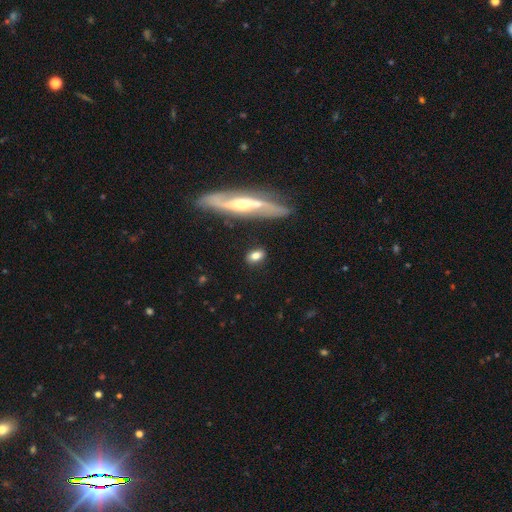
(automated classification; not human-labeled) Smooth or featured?
  - smooth: 74% *
  - featured or disk: 19%
  - star or artifact: 7%
How rounded?
  - in between: 74% *
  - round: 18%
  - cigar-shaped: 9%
Merging?
  - none: 79% *
  - minor disturbance: 12%
  - major disturbance: 4%
  - merger: 4%